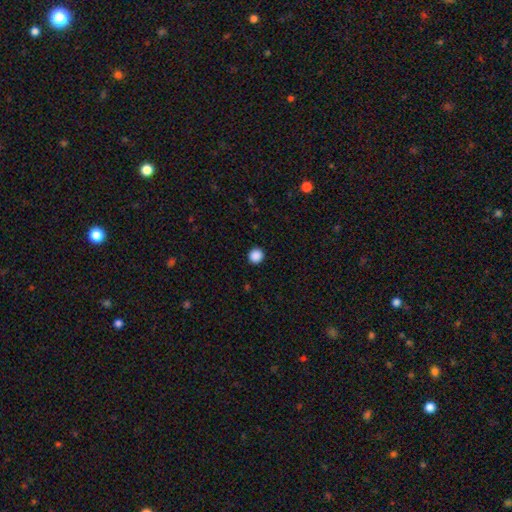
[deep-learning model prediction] Overall: smooth (88%). How rounded: round (92%). Merging: none (93%).